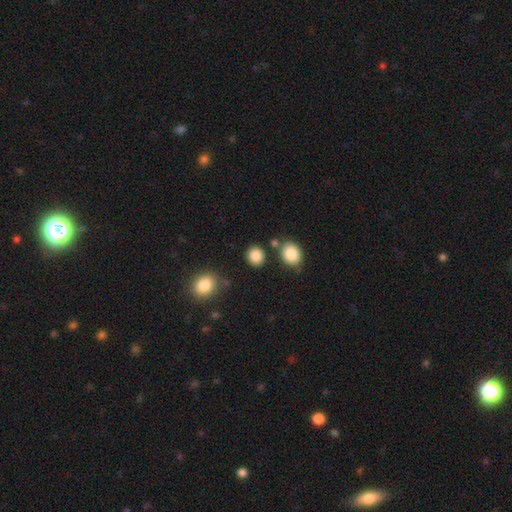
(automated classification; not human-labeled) This is clearly a smooth galaxy (87%). How rounded: likely round (79%). Merging: clearly none (82%).